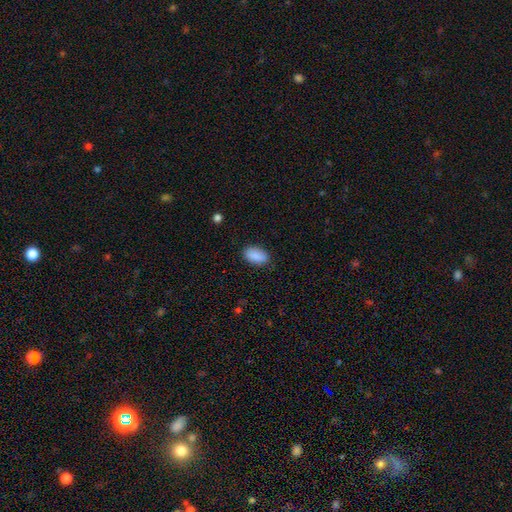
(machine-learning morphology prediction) A smooth galaxy with no disk features (90%) that is in between round and cigar-shaped (93%). Merging: none (86%).